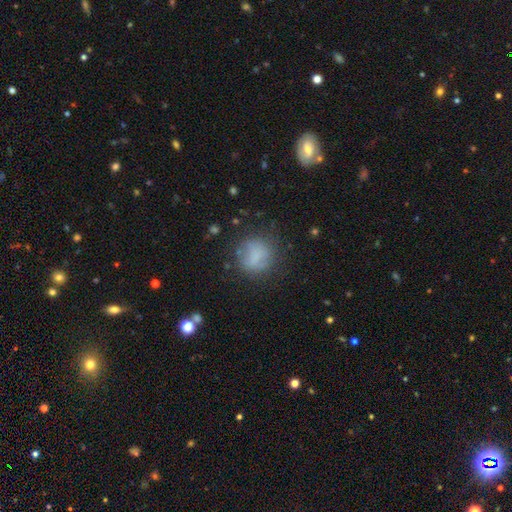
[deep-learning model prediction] This appears to be a smooth galaxy with no disk features (70%) that is round (81%). Merging: none (68%).